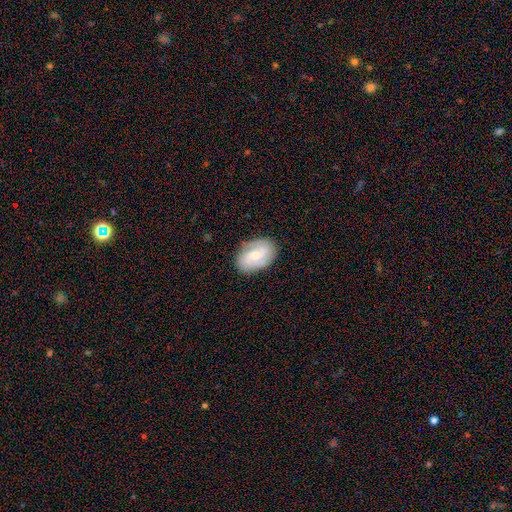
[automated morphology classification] Smooth or featured?
  - featured or disk: 60% *
  - smooth: 34%
  - star or artifact: 6%
Edge-on disk?
  - no: 96% *
  - yes: 4%
Bar?
  - weak: 47% *
  - no: 43%
  - strong: 10%
Spiral arms?
  - yes: 86% *
  - no: 14%
Bulge size?
  - small: 48% *
  - moderate: 46%
  - large: 2%
  - none: 2%
  - dominant: 1%
Merging?
  - none: 81% *
  - minor disturbance: 14%
  - major disturbance: 4%
  - merger: 1%